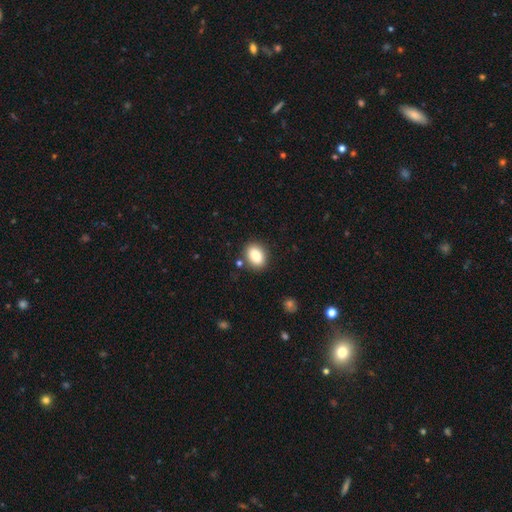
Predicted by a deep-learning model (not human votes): smooth-or-featured: smooth: 86% | star or artifact: 8% | featured or disk: 6%
  how-rounded: in between: 74% | round: 25% | cigar-shaped: 1%
  merging: none: 84% | minor disturbance: 10% | merger: 3% | major disturbance: 3%